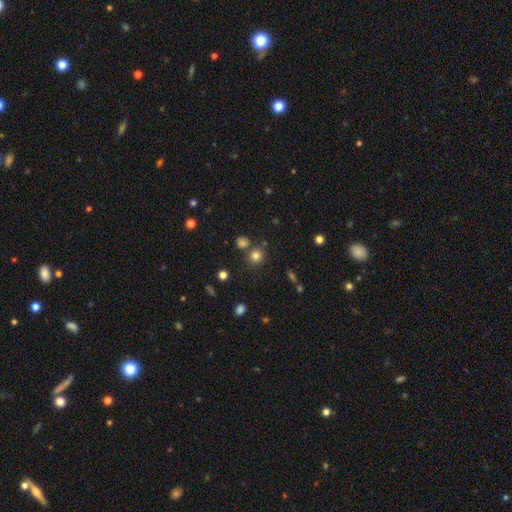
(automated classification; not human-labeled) Smooth or featured? Predicted: smooth (p=0.78). How rounded? Predicted: round (p=0.85). Merging? Predicted: none (p=0.75).